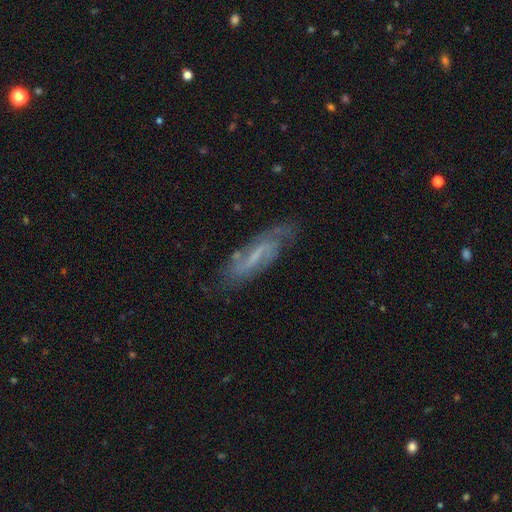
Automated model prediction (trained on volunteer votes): Smooth or featured?
  - featured or disk: 77% *
  - smooth: 15%
  - star or artifact: 8%
Edge-on disk?
  - no: 85% *
  - yes: 15%
Bar?
  - weak: 45% *
  - strong: 36%
  - no: 19%
Spiral arms?
  - yes: 92% *
  - no: 8%
Spiral winding?
  - medium: 44% *
  - loose: 28%
  - tight: 28%
Spiral arm count?
  - 2: 79% *
  - can't tell: 12%
  - 1: 4%
  - 3: 3%
  - 4: 1%
  - more than 4: 1%
Bulge size?
  - none: 42% *
  - small: 41%
  - moderate: 15%
  - large: 2%
  - dominant: 1%
Merging?
  - none: 74% *
  - minor disturbance: 17%
  - major disturbance: 6%
  - merger: 2%